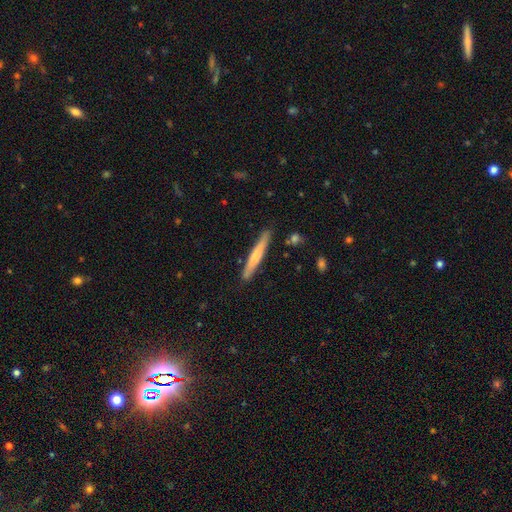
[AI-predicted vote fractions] Smooth or featured?
  - smooth: 62% *
  - featured or disk: 33%
  - star or artifact: 5%
How rounded?
  - cigar-shaped: 95% *
  - in between: 4%
  - round: 1%
Merging?
  - none: 87% *
  - minor disturbance: 10%
  - merger: 2%
  - major disturbance: 2%